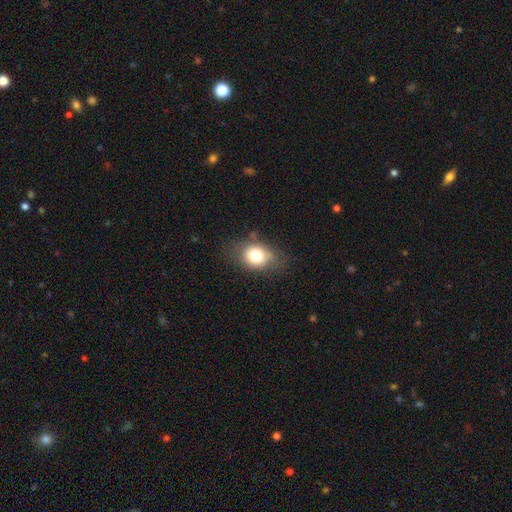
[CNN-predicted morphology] smooth-or-featured: smooth: 76% | featured or disk: 14% | star or artifact: 10%
  how-rounded: in between: 58% | round: 41% | cigar-shaped: 1%
  merging: none: 64% | minor disturbance: 25% | major disturbance: 9% | merger: 2%